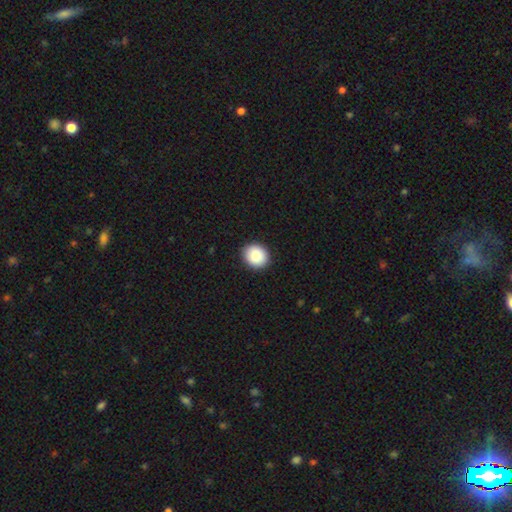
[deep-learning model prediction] Smooth or featured: smooth — 88% (star or artifact — 8%)
How rounded: round — 74% (in between — 25%)
Merging: none — 91% (minor disturbance — 6%)